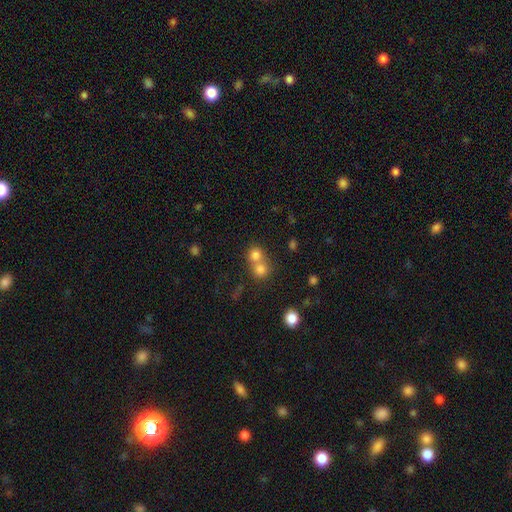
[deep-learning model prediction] Morphology: type=smooth (77%); roundness=round (84%); merging=merger (55%).